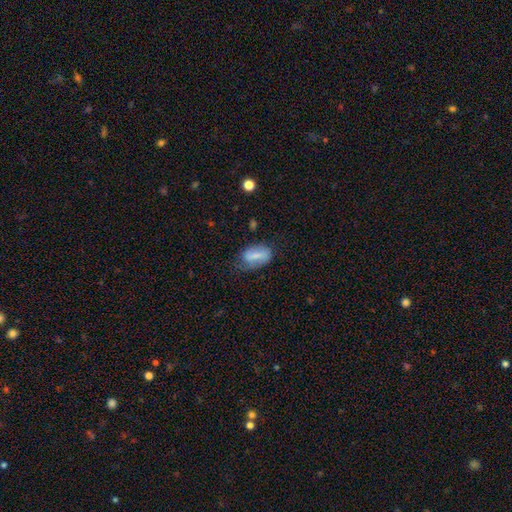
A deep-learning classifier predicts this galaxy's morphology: smooth 61%, featured or disk 31%, star or artifact 8%. Down the decision tree: how rounded — in between (87%); merging — none (54%).